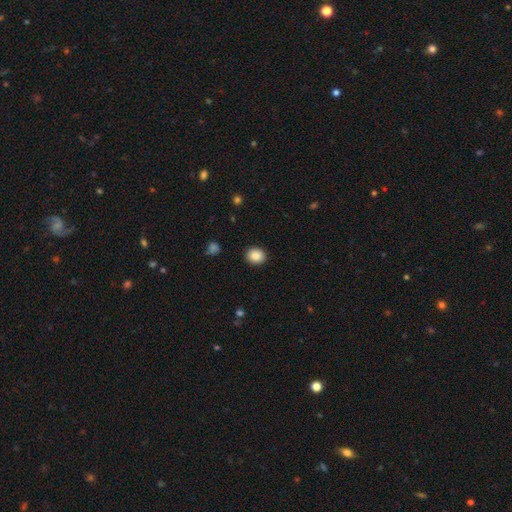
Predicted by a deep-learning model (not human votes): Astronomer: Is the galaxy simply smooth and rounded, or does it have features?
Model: smooth — 88%.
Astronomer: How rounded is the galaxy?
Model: round — 67%.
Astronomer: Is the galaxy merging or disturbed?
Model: none — 90%.